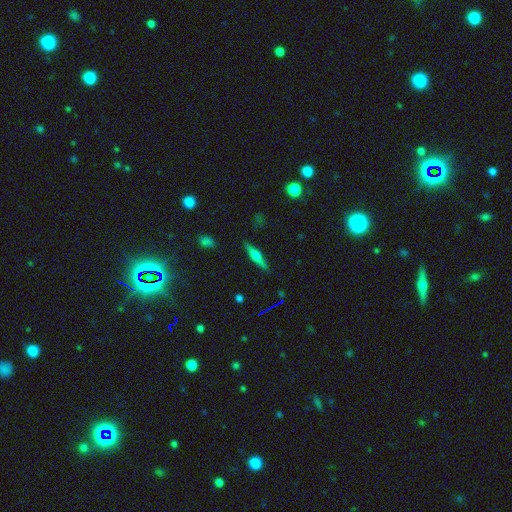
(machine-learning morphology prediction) A featured or disk galaxy (58%) viewed edge-on (96%) with a rounded central bulge (86%).

Vote fractions:
- Smooth or featured? featured or disk: 58% / smooth: 34% / star or artifact: 8%
- Edge-on disk? yes: 96% / no: 4%
- Edge-on bulge? rounded: 86% / boxy: 10% / none: 5%
- Merging? none: 88% / minor disturbance: 8% / major disturbance: 2% / merger: 1%